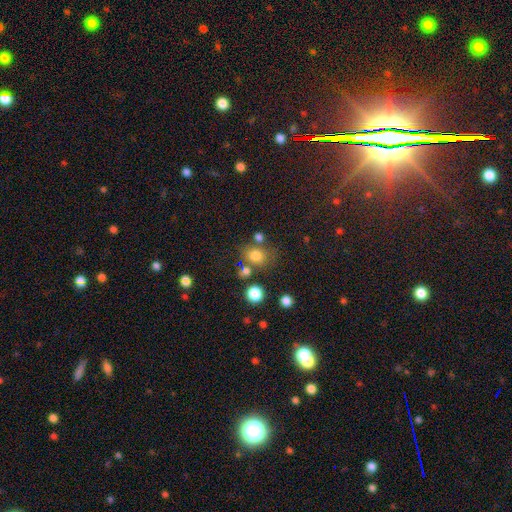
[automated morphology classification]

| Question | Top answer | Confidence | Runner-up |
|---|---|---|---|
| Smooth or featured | smooth | 76% | star or artifact (16%) |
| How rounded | round | 65% | in between (34%) |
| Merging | none | 66% | merger (14%) |